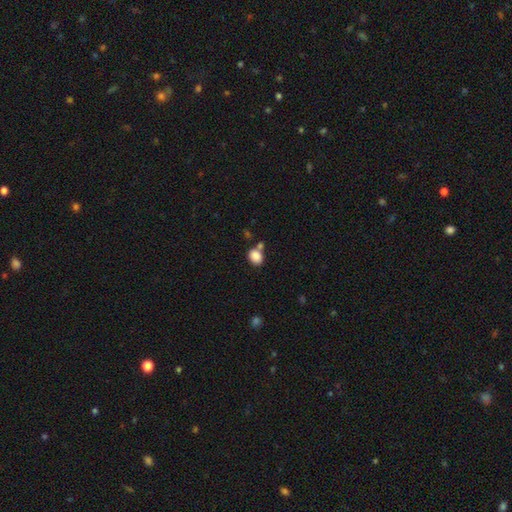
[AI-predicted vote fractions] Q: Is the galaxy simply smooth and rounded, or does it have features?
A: smooth — 86%.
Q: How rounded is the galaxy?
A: in between — 60%.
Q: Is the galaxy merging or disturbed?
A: none — 61%.